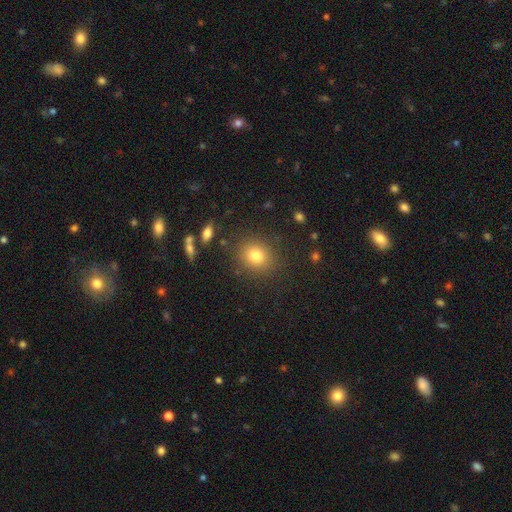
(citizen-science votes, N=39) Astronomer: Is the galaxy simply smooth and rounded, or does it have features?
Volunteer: smooth — 82%.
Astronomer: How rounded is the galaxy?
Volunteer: round — 84%.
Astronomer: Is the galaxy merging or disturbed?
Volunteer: none — 86%.